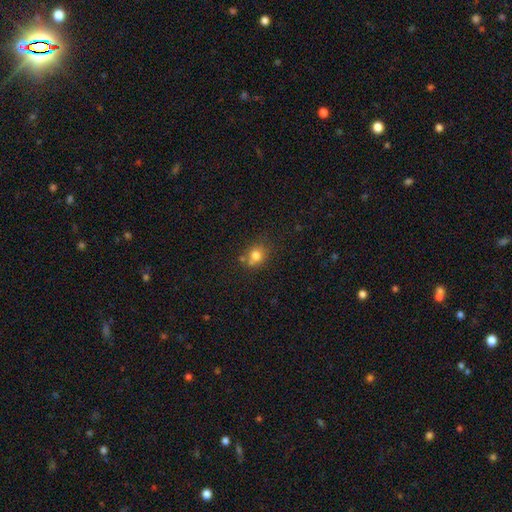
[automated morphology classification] A smooth galaxy with no disk features (76%) that is round (68%).

Vote fractions:
- Smooth or featured? smooth: 76% / star or artifact: 13% / featured or disk: 11%
- How rounded? round: 68% / in between: 31% / cigar-shaped: 1%
- Merging? none: 58% / merger: 20% / minor disturbance: 16% / major disturbance: 5%